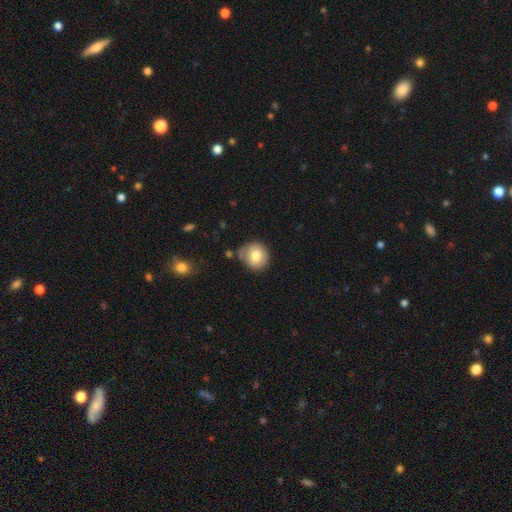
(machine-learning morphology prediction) A smooth galaxy with no disk features (79%) that is round (86%).

Vote fractions:
- Smooth or featured? smooth: 79% / featured or disk: 13% / star or artifact: 8%
- How rounded? round: 86% / in between: 13% / cigar-shaped: 1%
- Merging? none: 71% / minor disturbance: 19% / merger: 6% / major disturbance: 5%